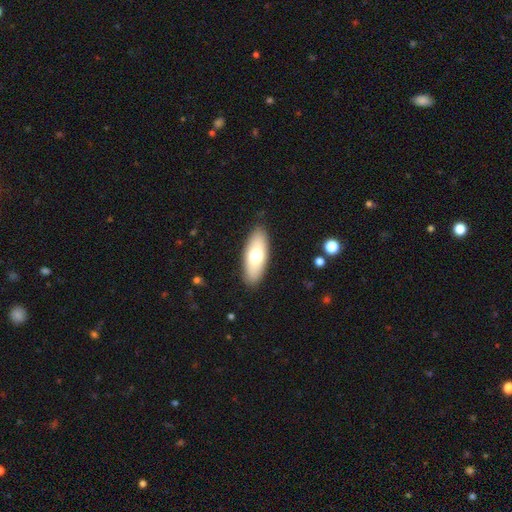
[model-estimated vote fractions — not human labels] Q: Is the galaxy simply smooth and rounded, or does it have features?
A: smooth — 68%.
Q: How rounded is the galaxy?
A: in between — 76%.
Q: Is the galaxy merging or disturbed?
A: none — 88%.